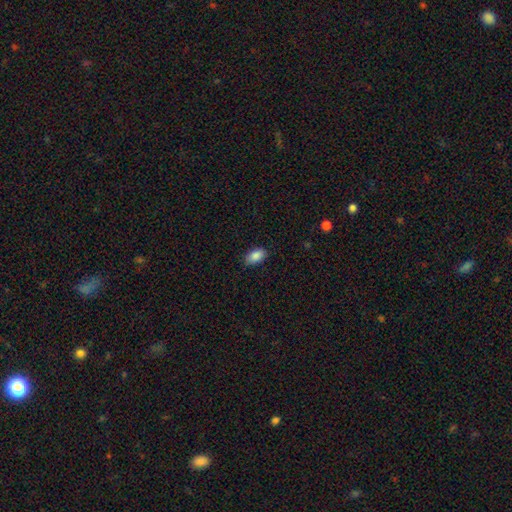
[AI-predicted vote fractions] smooth_or_featured: smooth (p=0.88) [alt: star or artifact p=0.07]
how_rounded: in between (p=0.93) [alt: round p=0.05]
merging: none (p=0.84) [alt: minor disturbance p=0.13]